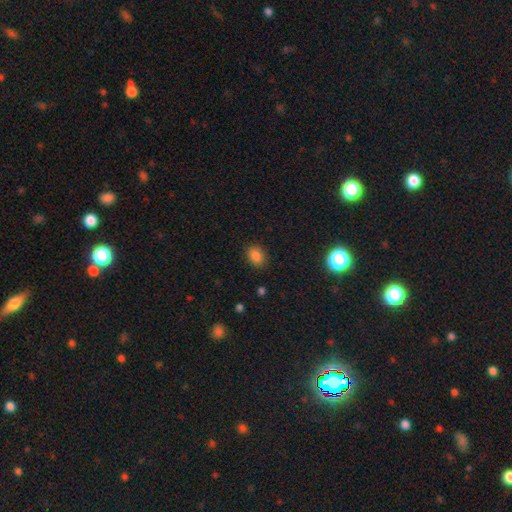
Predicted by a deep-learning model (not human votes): This appears to be a smooth galaxy with no disk features (84%) that is in between round and cigar-shaped (64%). Merging: none (87%).